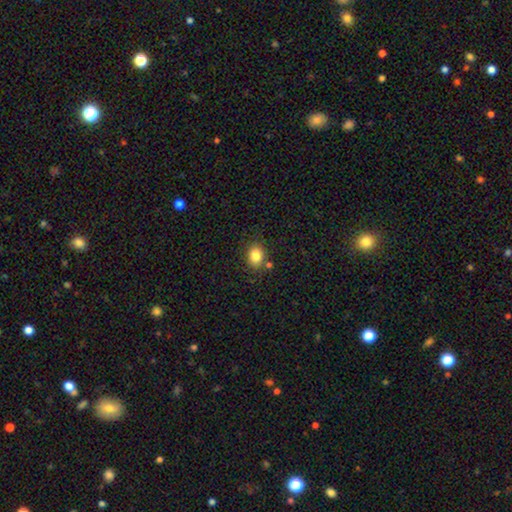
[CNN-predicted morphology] Smooth or featured: smooth — 83% (star or artifact — 10%)
How rounded: in between — 57% (round — 42%)
Merging: none — 79% (minor disturbance — 11%)